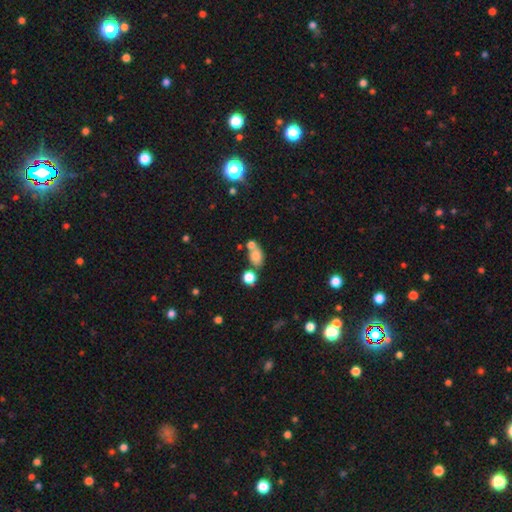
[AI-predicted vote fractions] Overall: smooth (74%). How rounded: in between (64%; round 33%). Merging: none (44%; merger 38%).